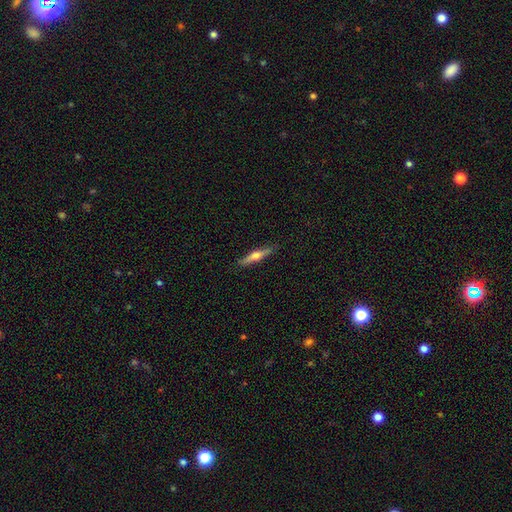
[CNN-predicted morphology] This is possibly a featured or disk galaxy (54%). It is clearly viewed edge-on (95%). Edge-on bulge: clearly rounded (90%). Merging: clearly none (87%).